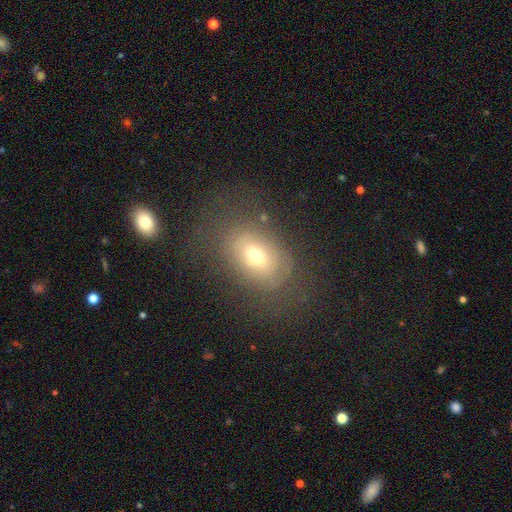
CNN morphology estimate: Smooth or featured?
  - smooth: 54% *
  - featured or disk: 33%
  - star or artifact: 13%
How rounded?
  - in between: 78% *
  - round: 20%
  - cigar-shaped: 2%
Merging?
  - none: 65% *
  - minor disturbance: 18%
  - major disturbance: 14%
  - merger: 3%